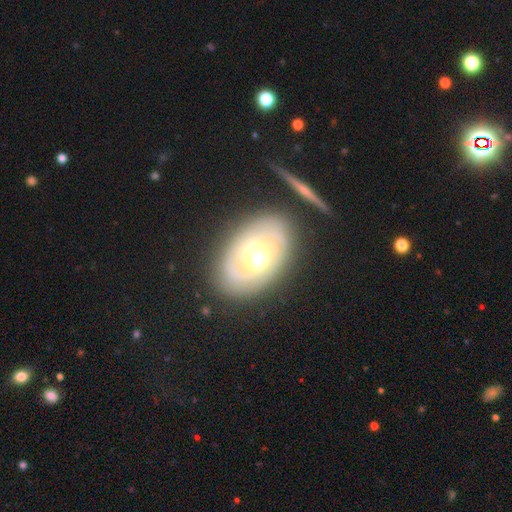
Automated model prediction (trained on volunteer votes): Smooth or featured? featured or disk (75%)
Edge-on disk? no (94%)
Bar? no (50%)
Spiral arms? yes (76%)
Spiral winding? tight (46%)
Spiral arm count? 2 (65%)
Bulge size? moderate (60%)
Merging? none (77%)